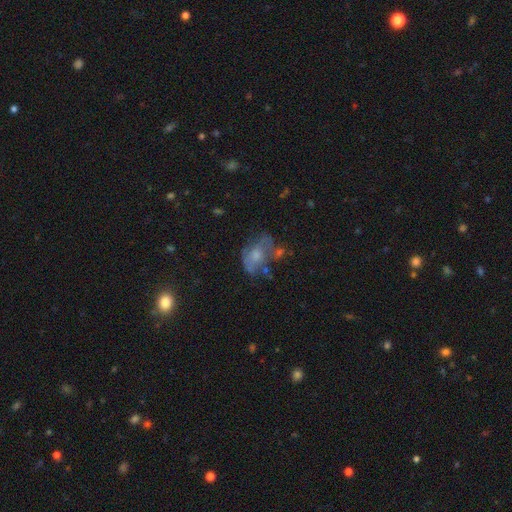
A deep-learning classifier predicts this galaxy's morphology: smooth_or_featured: featured or disk (p=0.44) [alt: smooth p=0.43]
merging: none (p=0.36) [alt: major disturbance p=0.27]